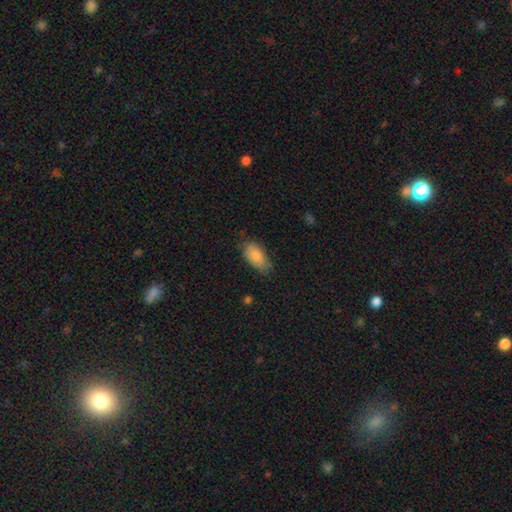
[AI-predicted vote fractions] Smooth or featured? smooth (85%)
How rounded? in between (92%)
Merging? none (64%)